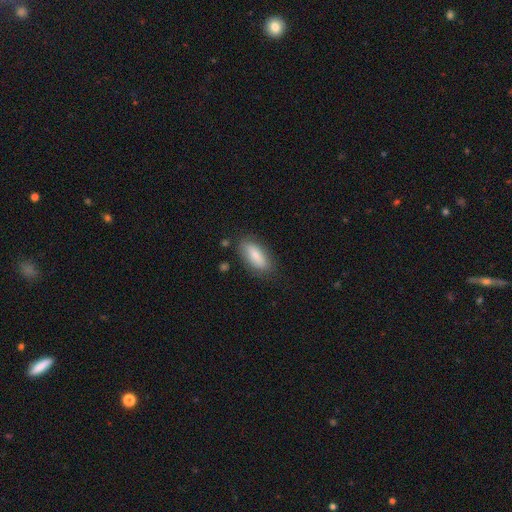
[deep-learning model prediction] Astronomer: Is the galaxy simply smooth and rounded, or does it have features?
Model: smooth — 81%.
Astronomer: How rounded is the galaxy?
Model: in between — 73%.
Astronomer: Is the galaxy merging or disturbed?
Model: none — 80%.